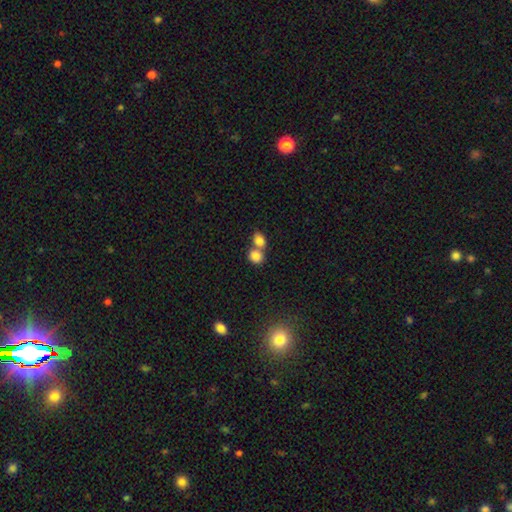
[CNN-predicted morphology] smooth-or-featured: smooth: 83% | star or artifact: 10% | featured or disk: 8%
  how-rounded: round: 60% | in between: 38% | cigar-shaped: 1%
  merging: merger: 57% | none: 34% | minor disturbance: 6% | major disturbance: 3%